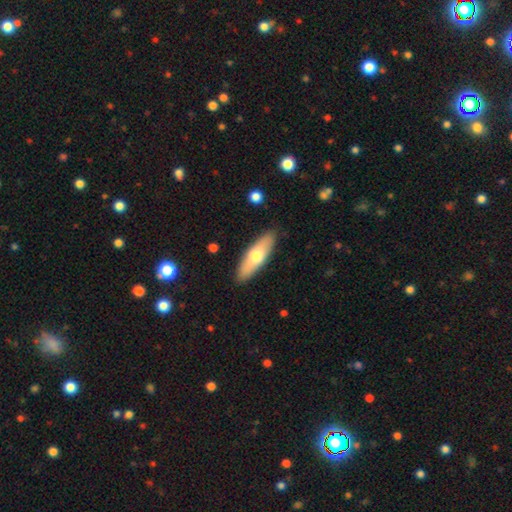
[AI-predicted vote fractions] The model was most divided on "how rounded": in between: 52%, cigar-shaped: 46%, round: 2%. More confident: merging — none (88%); smooth or featured — smooth (61%).